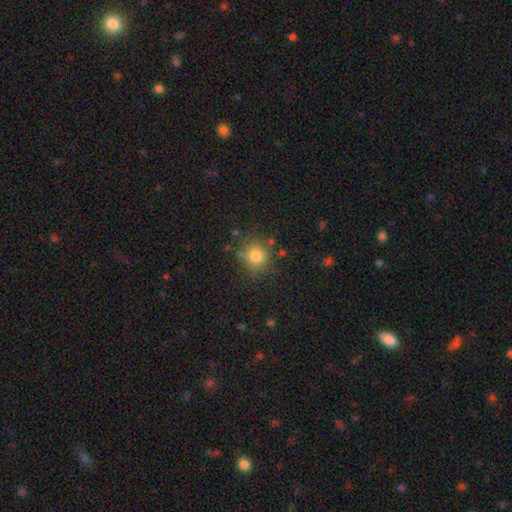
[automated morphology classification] type=smooth (80%); roundness=round (88%); merging=none (78%).